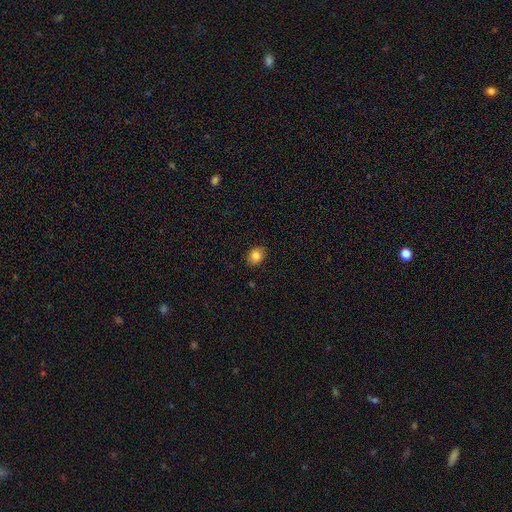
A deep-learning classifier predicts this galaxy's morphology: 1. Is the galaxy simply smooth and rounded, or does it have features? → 84% smooth, 9% star or artifact, 7% featured or disk.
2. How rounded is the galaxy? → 64% in between, 35% round, 1% cigar-shaped.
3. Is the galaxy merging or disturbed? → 86% none, 10% minor disturbance, 2% major disturbance, 1% merger.